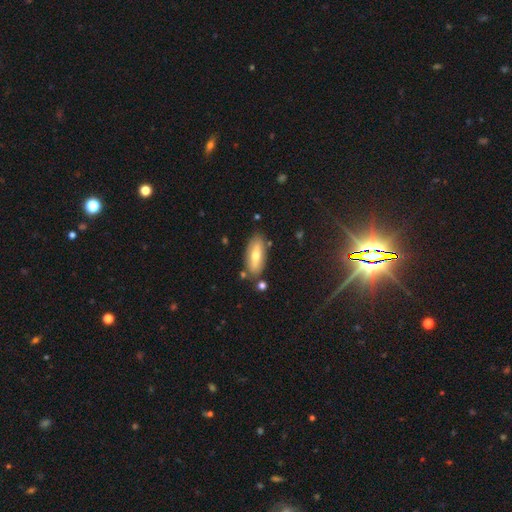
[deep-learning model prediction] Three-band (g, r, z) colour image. It shows a smooth galaxy with no disk features (59%) that is in between round and cigar-shaped (71%). Merging: none (82%).